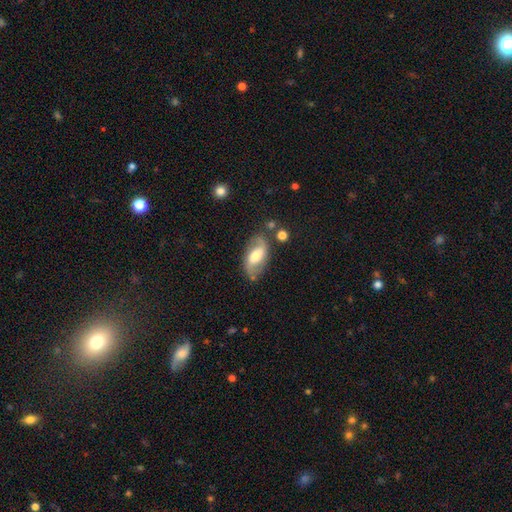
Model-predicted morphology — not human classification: Overall: featured or disk (67%; smooth 27%). Edge-on disk: no (94%). Bar: weak (43%; no 29%). Spiral arms: yes (85%). Spiral arm count: 2 (88%). Spiral winding: loose (56%; medium 33%). Bulge size: moderate (62%). Merging: none (72%).